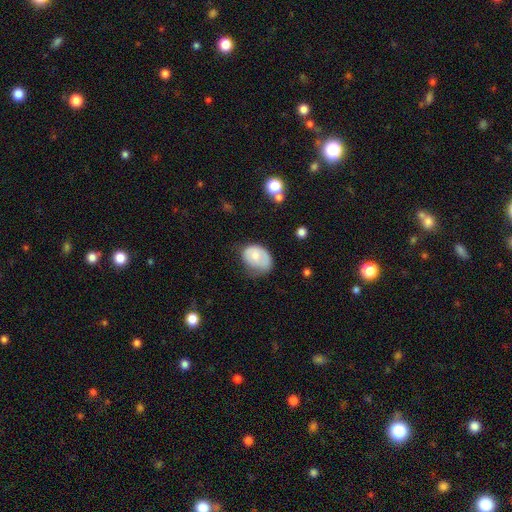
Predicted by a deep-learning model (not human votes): Smooth or featured? smooth (69%)
How rounded? in between (73%)
Merging? minor disturbance (40%)